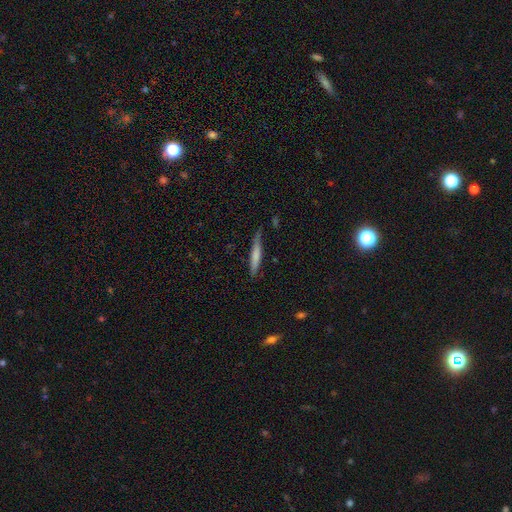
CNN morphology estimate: Smooth or featured?
  - smooth: 66% *
  - featured or disk: 28%
  - star or artifact: 6%
How rounded?
  - cigar-shaped: 94% *
  - in between: 5%
  - round: 1%
Merging?
  - none: 75% *
  - minor disturbance: 19%
  - major disturbance: 3%
  - merger: 2%